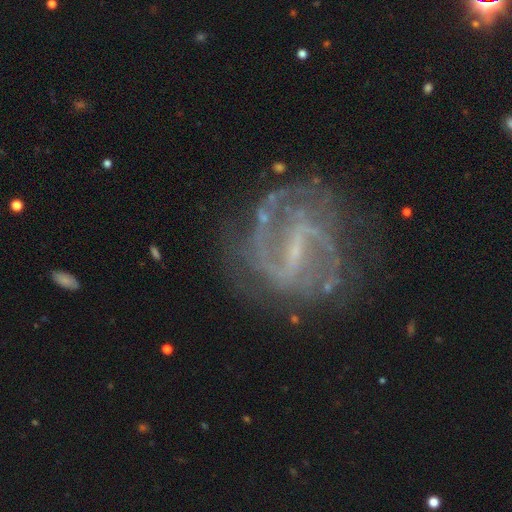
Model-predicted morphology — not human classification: Overall: featured or disk (88%). Edge-on disk: no (97%). Bar: strong (53%; weak 38%). Spiral arms: yes (94%). Spiral arm count: 2 (69%). Spiral winding: medium (49%; tight 27%). Bulge size: small (64%; none 25%). Merging: none (71%).